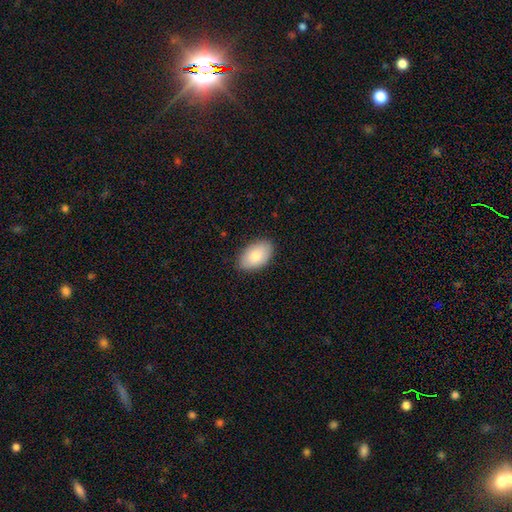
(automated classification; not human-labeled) This is clearly a smooth galaxy (81%). How rounded: clearly in between (93%). Merging: clearly none (86%).